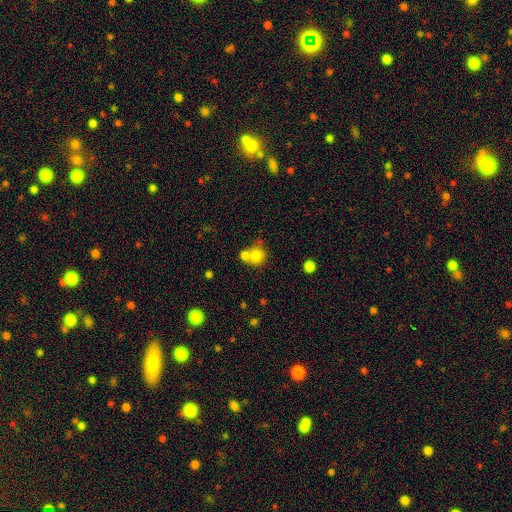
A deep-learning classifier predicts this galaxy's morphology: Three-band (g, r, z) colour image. It shows a smooth galaxy with no disk features (78%) that is round (85%). Merging: none (45%).